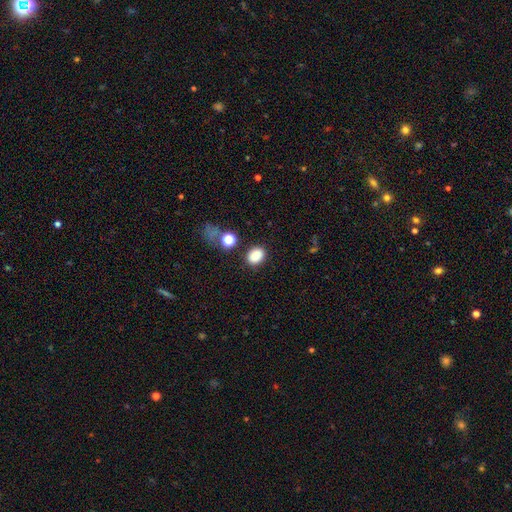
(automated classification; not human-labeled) Morphology: type=smooth (86%); roundness=in between (60%); merging=none (79%).